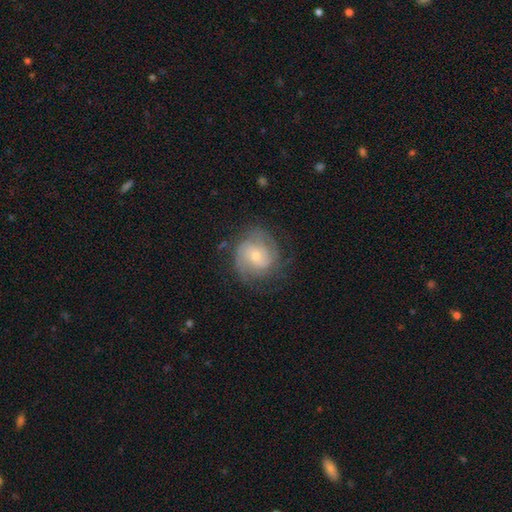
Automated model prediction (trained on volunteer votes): Morphology: type=featured or disk (75%); edge-on=no (98%); bar=no (63%); spiral arms=yes (92%); winding=tight (53%); arm count=2 (38%); bulge=small (54%); merging=none (71%).